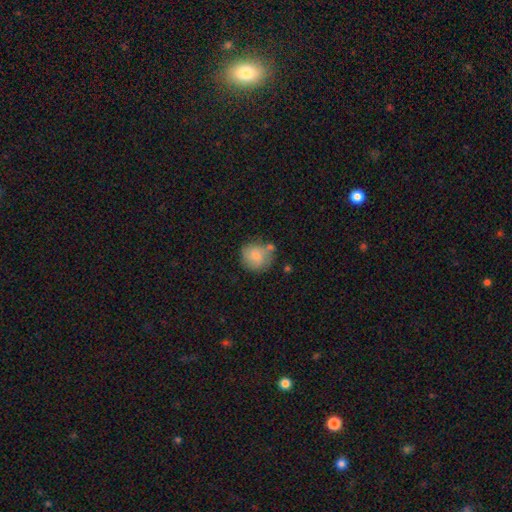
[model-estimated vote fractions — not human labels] smooth-or-featured: smooth: 73% | featured or disk: 19% | star or artifact: 8%
  how-rounded: round: 85% | in between: 14% | cigar-shaped: 1%
  merging: none: 58% | minor disturbance: 23% | merger: 12% | major disturbance: 7%